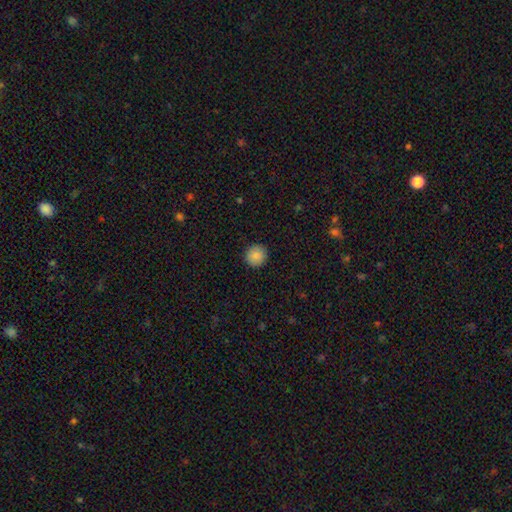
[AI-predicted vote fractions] A smooth galaxy with no disk features (87%) that is round (93%).

Vote fractions:
- Smooth or featured? smooth: 87% / star or artifact: 8% / featured or disk: 5%
- How rounded? round: 93% / in between: 6% / cigar-shaped: 1%
- Merging? none: 92% / minor disturbance: 5% / major disturbance: 2% / merger: 1%